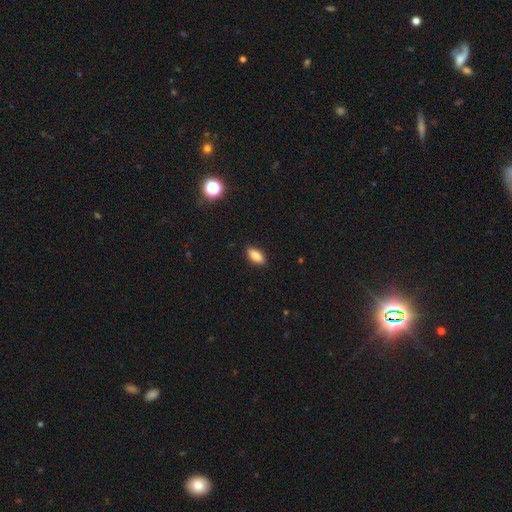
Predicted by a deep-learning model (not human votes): Morphology: type=smooth (84%); roundness=in between (88%); merging=none (88%).